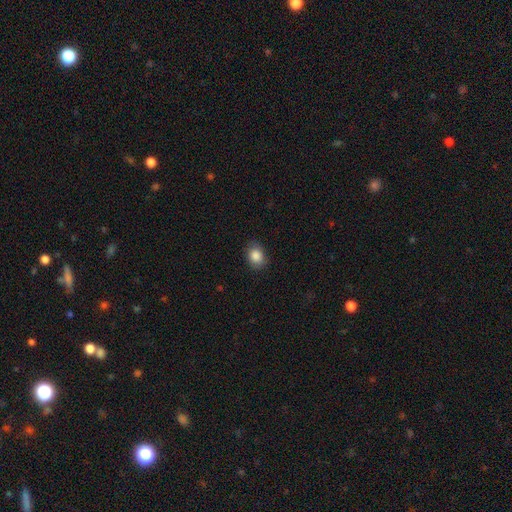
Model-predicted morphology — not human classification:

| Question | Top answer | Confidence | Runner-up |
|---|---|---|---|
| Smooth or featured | smooth | 87% | star or artifact (8%) |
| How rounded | in between | 56% | round (43%) |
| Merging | none | 81% | minor disturbance (15%) |